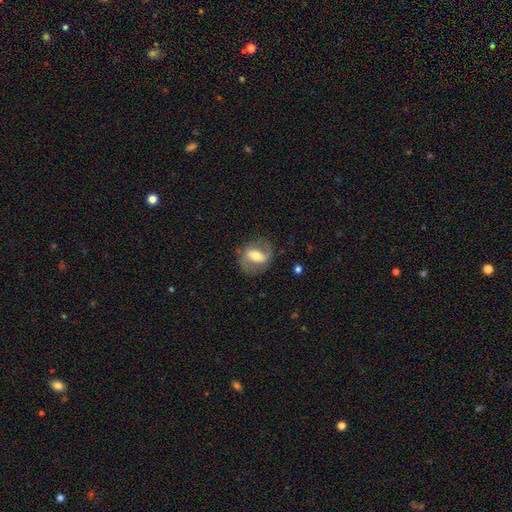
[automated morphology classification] A featured or disk galaxy (59%) with a strong bar (45%), spiral arms (69%) and a moderate central bulge (63%). Merging: none (74%).